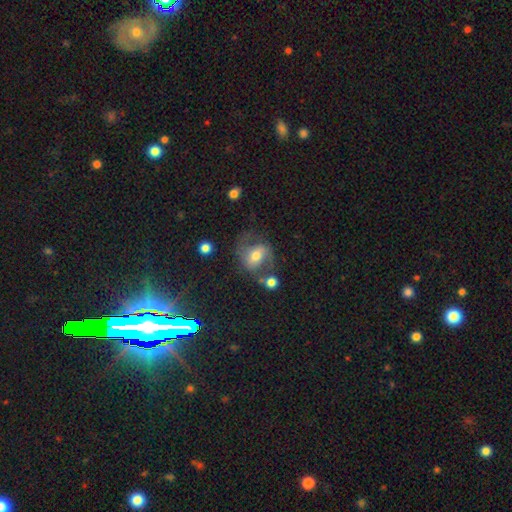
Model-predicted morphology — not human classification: Smooth or featured?
  - featured or disk: 54% *
  - smooth: 34%
  - star or artifact: 12%
Edge-on disk?
  - no: 96% *
  - yes: 4%
Bar?
  - weak: 38% *
  - no: 36%
  - strong: 26%
Spiral arms?
  - yes: 80% *
  - no: 20%
Bulge size?
  - moderate: 66% *
  - small: 20%
  - large: 10%
  - none: 2%
  - dominant: 2%
Merging?
  - none: 53% *
  - minor disturbance: 20%
  - major disturbance: 16%
  - merger: 11%